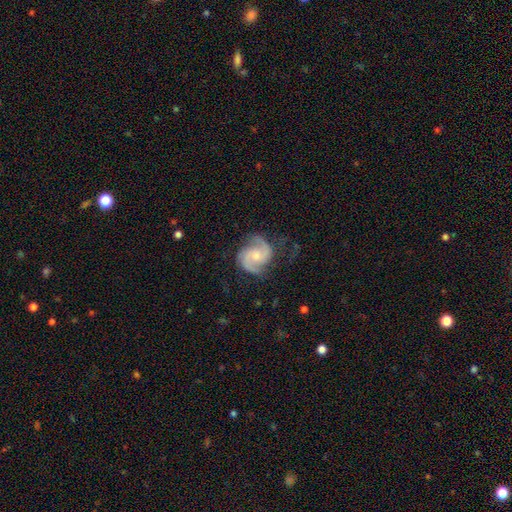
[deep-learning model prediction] Smooth or featured: featured or disk — 87% (smooth — 8%)
Edge-on disk: no — 98% (yes — 2%)
Bar: no — 59% (weak — 35%)
Spiral arms: yes — 98% (no — 2%)
Spiral winding: medium — 54% (tight — 31%)
Spiral arm count: 2 — 85% (3 — 7%)
Bulge size: moderate — 44% (tied with small — 44%)
Merging: none — 71% (minor disturbance — 19%)